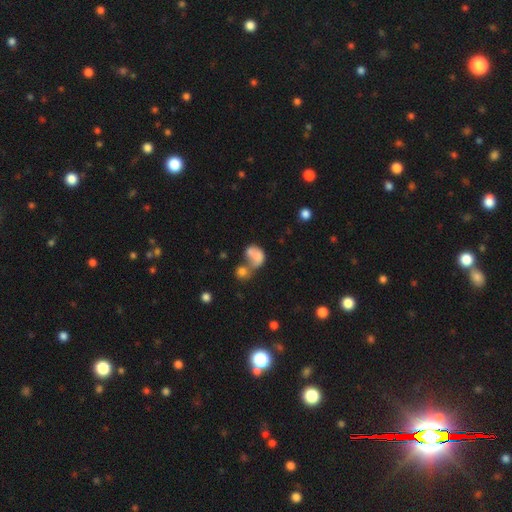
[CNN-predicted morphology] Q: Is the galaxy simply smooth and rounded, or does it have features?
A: smooth — 67%.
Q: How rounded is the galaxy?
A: in between — 65%.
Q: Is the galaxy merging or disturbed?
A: merger — 63%.